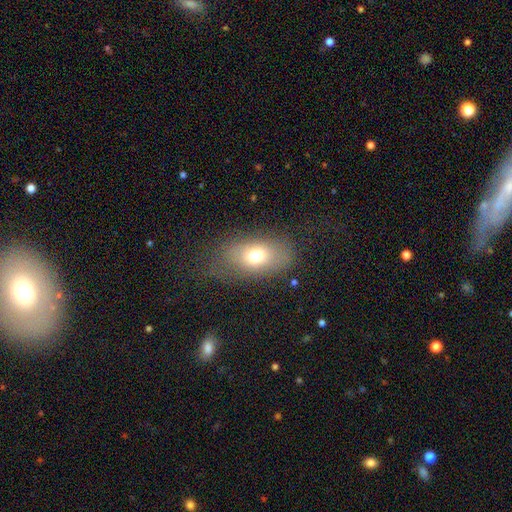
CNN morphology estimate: This is likely a smooth galaxy (69%). How rounded: clearly in between (83%). Merging: likely none (68%).